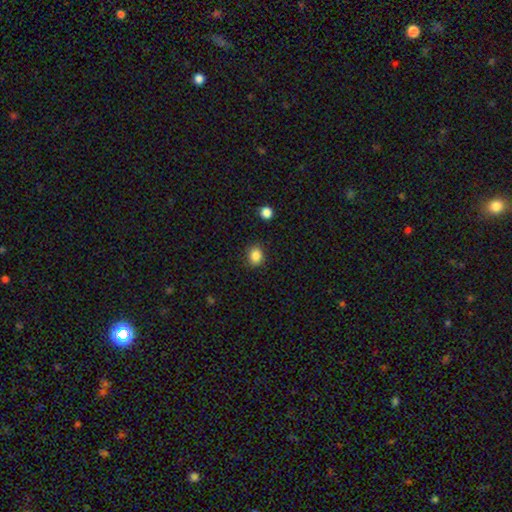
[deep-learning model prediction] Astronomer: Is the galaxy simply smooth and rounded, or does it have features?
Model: smooth — 86%.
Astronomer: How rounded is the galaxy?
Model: round — 57% (runner-up: in between, 42%).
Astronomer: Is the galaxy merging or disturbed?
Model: none — 86%.